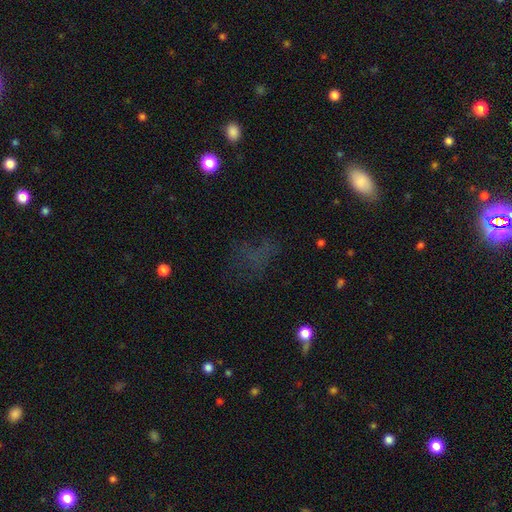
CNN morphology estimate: A smooth galaxy with no disk features (47%). Merging: none (57%).